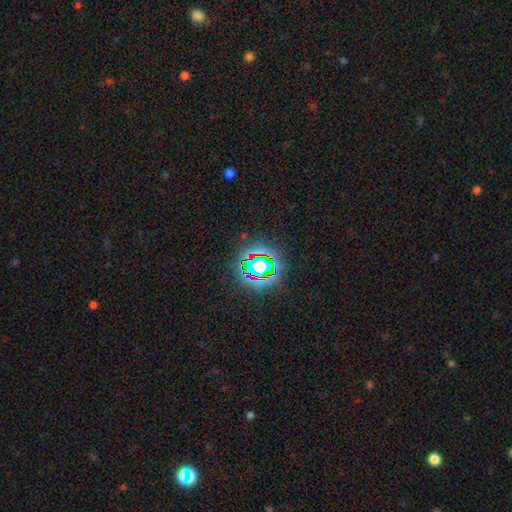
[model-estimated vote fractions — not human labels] Morphology: type=star or artifact (79%).